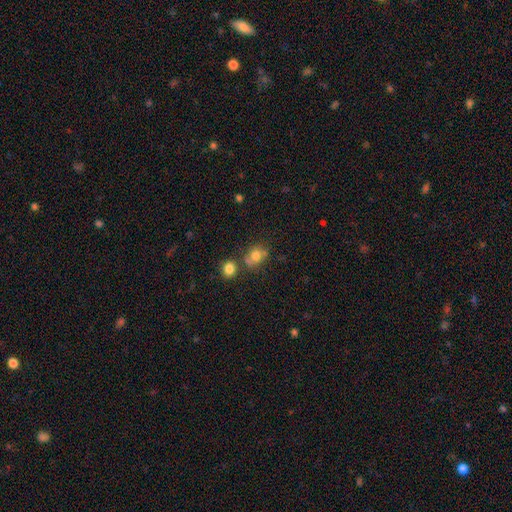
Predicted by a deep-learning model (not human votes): This appears to be a smooth galaxy with no disk features (74%) that is round (71%). Merging: none (55%).